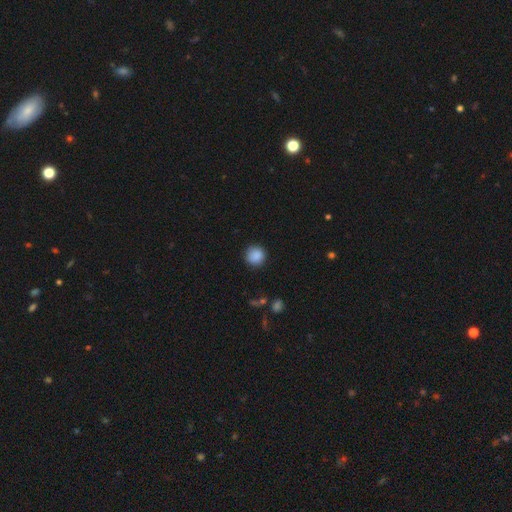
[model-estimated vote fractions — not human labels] Morphology: type=smooth (88%); roundness=round (94%); merging=none (90%).